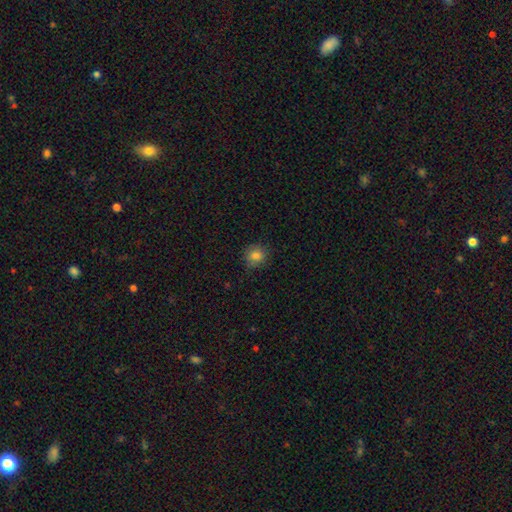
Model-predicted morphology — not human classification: This appears to be a smooth galaxy with no disk features (82%) that is round (85%). Merging: none (84%).